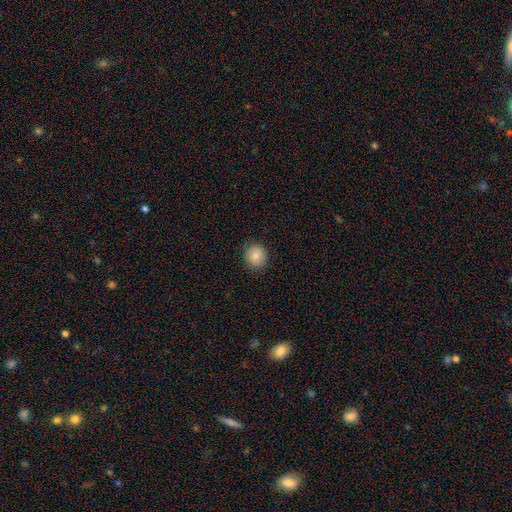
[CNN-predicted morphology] Smooth or featured? smooth (82%)
How rounded? round (83%)
Merging? none (84%)